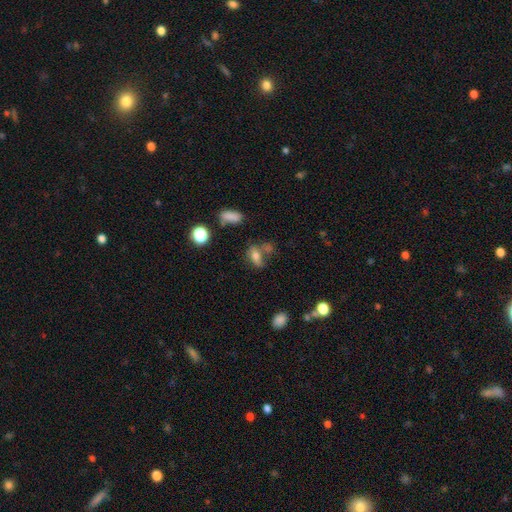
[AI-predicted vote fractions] Smooth or featured?
  - smooth: 67% *
  - featured or disk: 20%
  - star or artifact: 14%
How rounded?
  - in between: 76% *
  - round: 19%
  - cigar-shaped: 6%
Merging?
  - none: 41% *
  - merger: 28%
  - minor disturbance: 19%
  - major disturbance: 12%